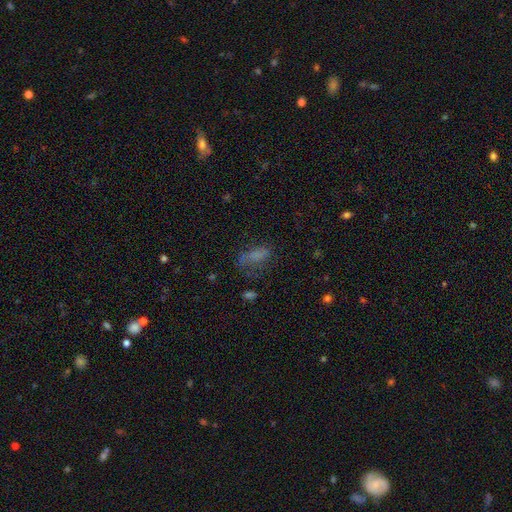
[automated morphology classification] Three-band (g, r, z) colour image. It shows a smooth galaxy with no disk features (61%) that is in between round and cigar-shaped (76%). Merging: none (44%).